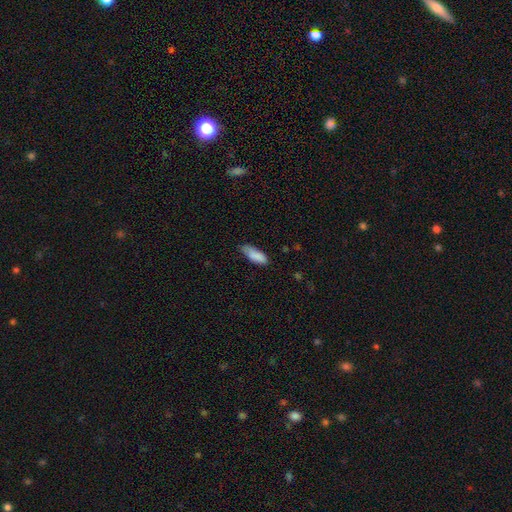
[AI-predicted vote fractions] The model was most divided on "how rounded": in between: 67%, cigar-shaped: 32%, round: 2%. More confident: smooth or featured — smooth (87%); merging — none (64%).